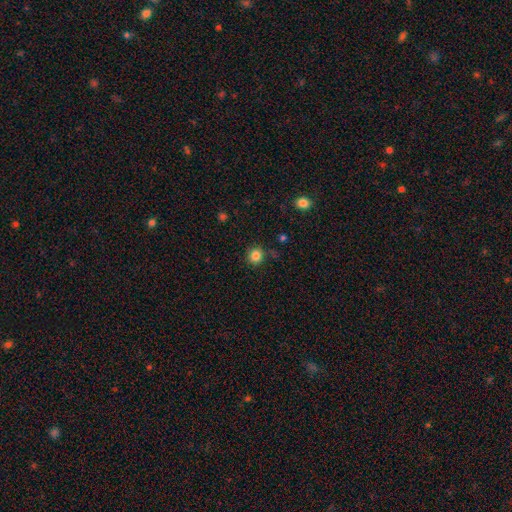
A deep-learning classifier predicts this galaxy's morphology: Smooth or featured: smooth — 83% (star or artifact — 12%)
How rounded: round — 90% (in between — 9%)
Merging: none — 85% (minor disturbance — 10%)